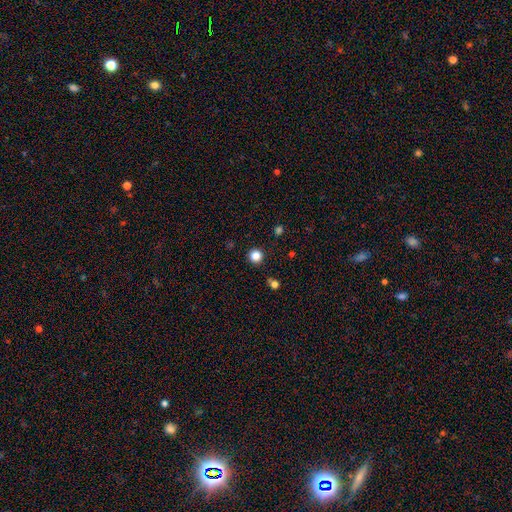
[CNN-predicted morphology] smooth_or_featured: smooth (p=0.84) [alt: star or artifact p=0.13]
how_rounded: round (p=0.96) [alt: in between p=0.03]
merging: none (p=0.92) [alt: minor disturbance p=0.05]